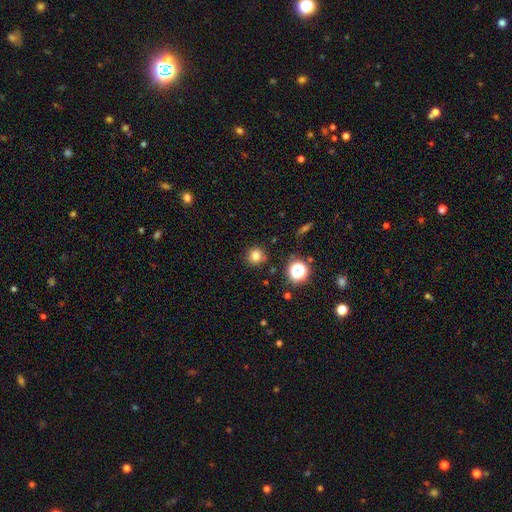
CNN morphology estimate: Q: Smooth or featured?
A: smooth (79%); runner-up: star or artifact (15%)
Q: How rounded?
A: round (90%); runner-up: in between (9%)
Q: Merging?
A: none (85%); runner-up: minor disturbance (9%)